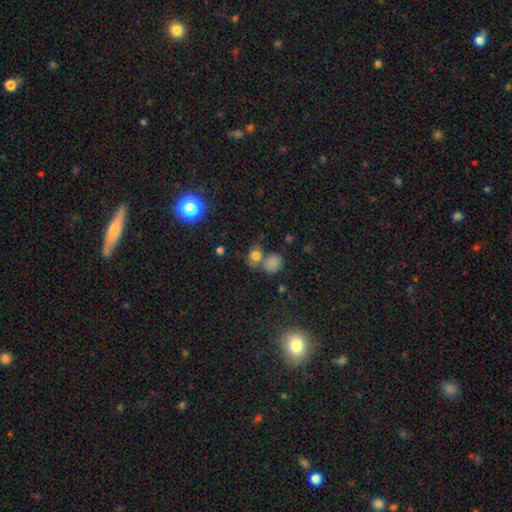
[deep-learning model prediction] Morphology: type=smooth (72%); roundness=round (64%); merging=none (56%).